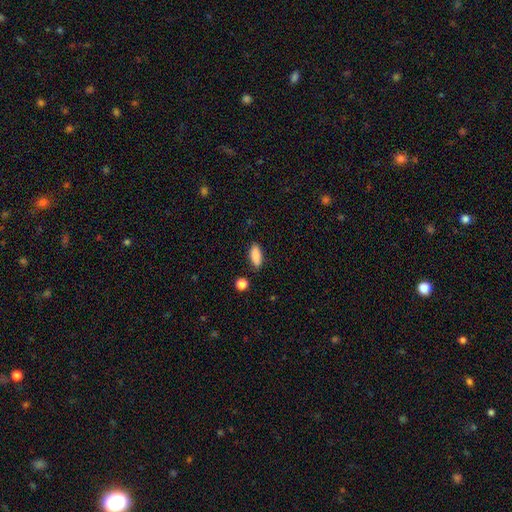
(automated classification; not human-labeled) A smooth galaxy with no disk features (88%) that is in between round and cigar-shaped (80%).

Vote fractions:
- Smooth or featured? smooth: 88% / star or artifact: 7% / featured or disk: 5%
- How rounded? in between: 80% / cigar-shaped: 18% / round: 3%
- Merging? none: 84% / minor disturbance: 11% / merger: 2% / major disturbance: 2%